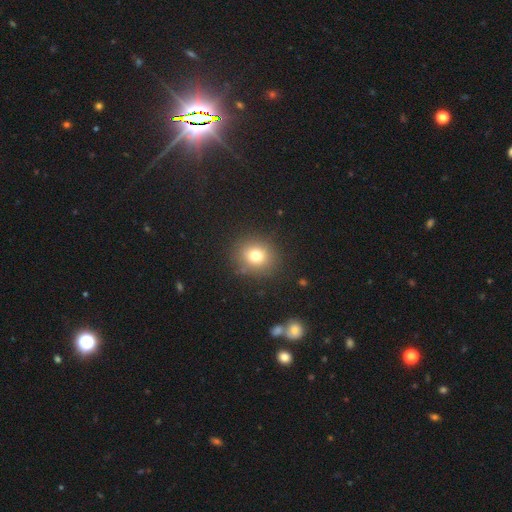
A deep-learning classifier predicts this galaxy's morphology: type=smooth (76%); roundness=round (83%); merging=none (87%).